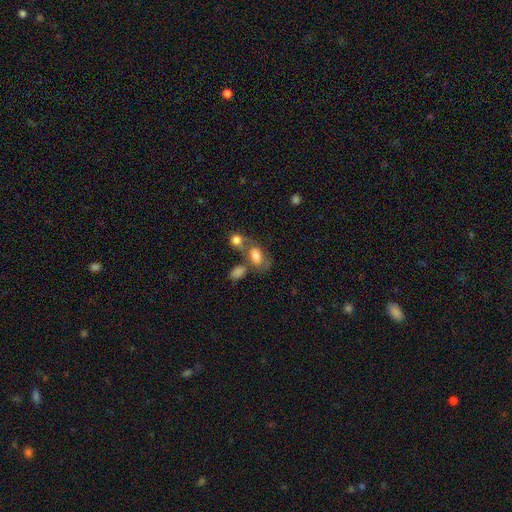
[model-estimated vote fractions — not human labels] Morphology: type=smooth (71%); roundness=in between (85%); merging=merger (42%).